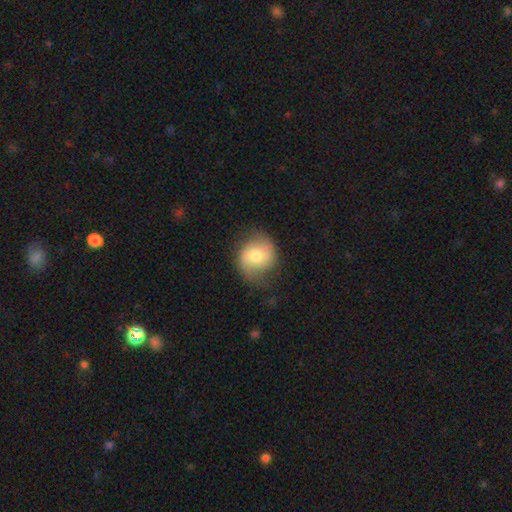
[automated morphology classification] A smooth galaxy with no disk features (50%). Merging: none (61%).